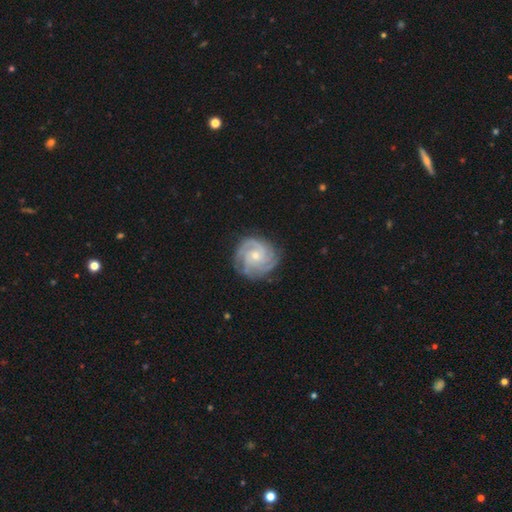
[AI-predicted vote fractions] Q: Smooth or featured?
A: featured or disk (87%); runner-up: smooth (8%)
Q: Edge-on disk?
A: no (98%); runner-up: yes (2%)
Q: Bar?
A: no (73%); runner-up: weak (23%)
Q: Spiral arms?
A: yes (98%); runner-up: no (2%)
Q: Spiral winding?
A: tight (70%); runner-up: medium (26%)
Q: Spiral arm count?
A: 3 (35%); runner-up: 4 (23%)
Q: Bulge size?
A: small (56%); runner-up: moderate (41%)
Q: Merging?
A: none (80%); runner-up: minor disturbance (15%)